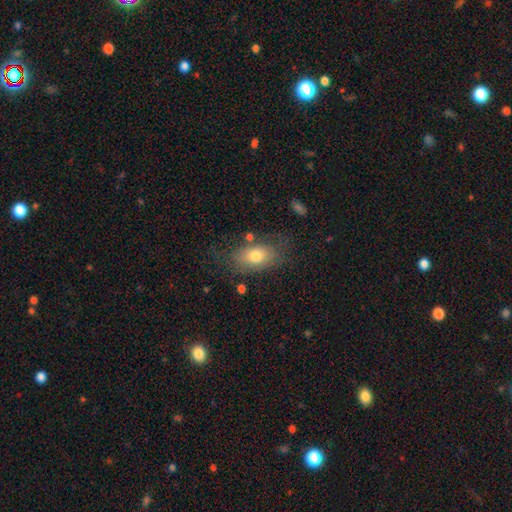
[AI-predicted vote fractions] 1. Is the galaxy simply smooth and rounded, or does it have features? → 72% smooth, 20% featured or disk, 8% star or artifact.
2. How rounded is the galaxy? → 87% in between, 10% round, 2% cigar-shaped.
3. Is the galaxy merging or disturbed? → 66% none, 20% minor disturbance, 10% major disturbance, 4% merger.